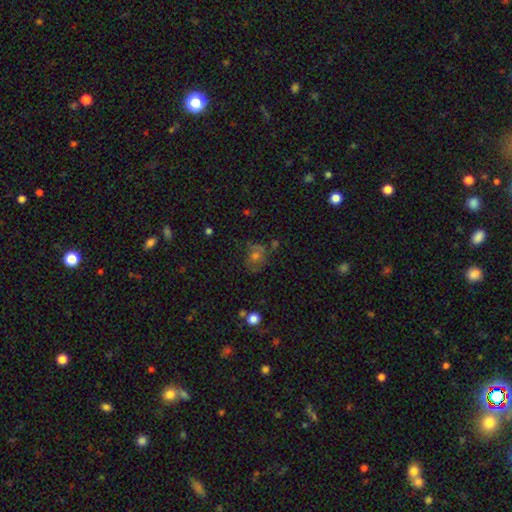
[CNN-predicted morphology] Q: Smooth or featured?
A: smooth (50%); runner-up: featured or disk (27%)
Q: How rounded?
A: round (66%); runner-up: in between (33%)
Q: Merging?
A: none (62%); runner-up: minor disturbance (21%)